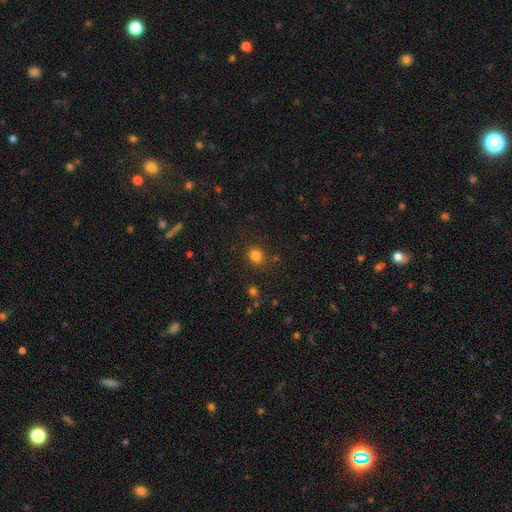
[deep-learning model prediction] A smooth galaxy with no disk features (82%) that is round (81%). Merging: none (85%).